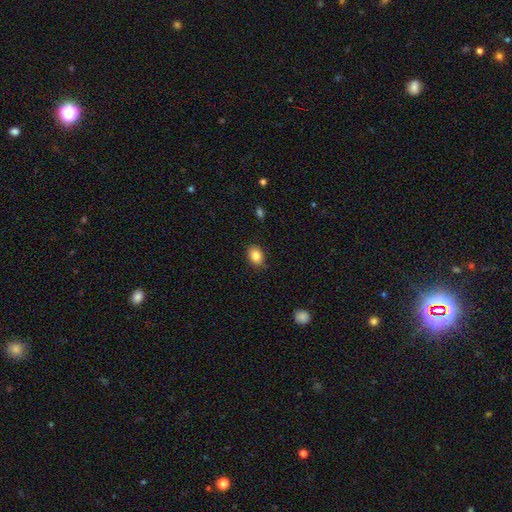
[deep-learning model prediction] Overall: smooth (86%). How rounded: in between (72%). Merging: none (85%).